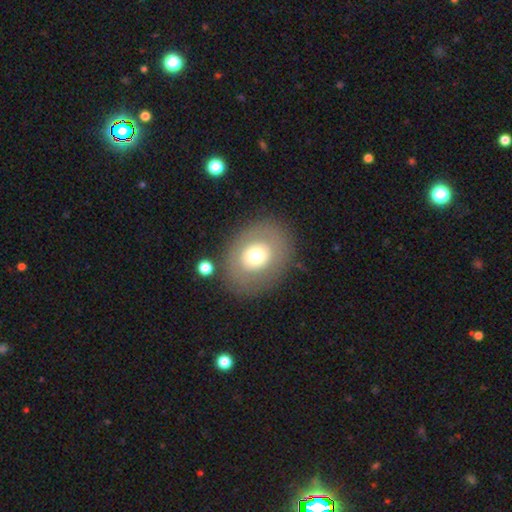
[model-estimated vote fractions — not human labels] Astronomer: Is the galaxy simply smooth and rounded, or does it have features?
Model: smooth — 60%.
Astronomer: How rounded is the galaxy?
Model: round — 57% (runner-up: in between, 42%).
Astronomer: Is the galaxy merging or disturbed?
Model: none — 81%.